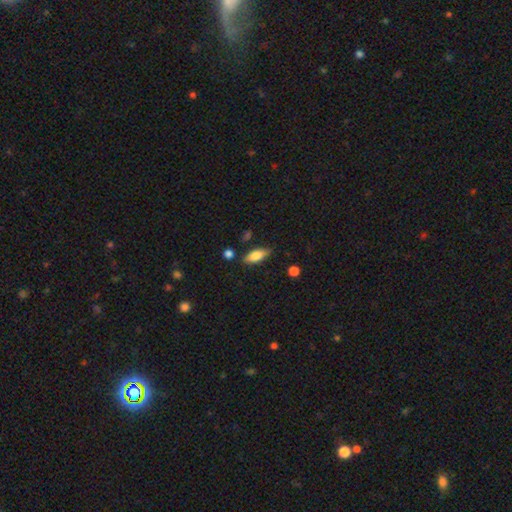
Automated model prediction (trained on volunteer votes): A smooth galaxy with no disk features (78%) that is in between round and cigar-shaped (78%).

Vote fractions:
- Smooth or featured? smooth: 78% / featured or disk: 15% / star or artifact: 7%
- How rounded? in between: 78% / cigar-shaped: 20% / round: 3%
- Merging? none: 78% / minor disturbance: 16% / merger: 3% / major disturbance: 3%